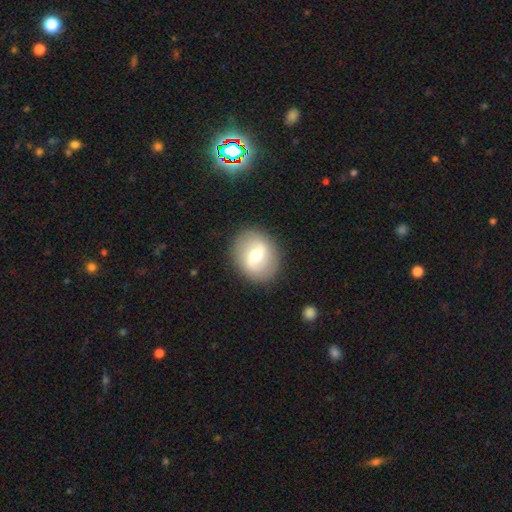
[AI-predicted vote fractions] smooth-or-featured: featured or disk: 52% | smooth: 40% | star or artifact: 7%
  disk-edge-on: no: 93% | yes: 7%
  merging: none: 87% | minor disturbance: 8% | major disturbance: 3% | merger: 1%